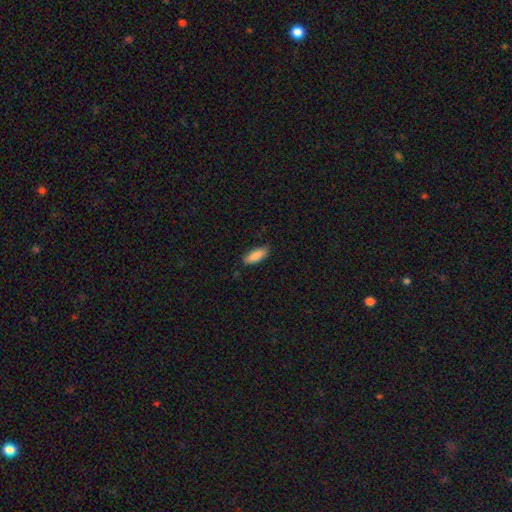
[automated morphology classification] Q: Smooth or featured?
A: smooth (89%); runner-up: star or artifact (6%)
Q: How rounded?
A: in between (70%); runner-up: cigar-shaped (29%)
Q: Merging?
A: none (87%); runner-up: minor disturbance (10%)